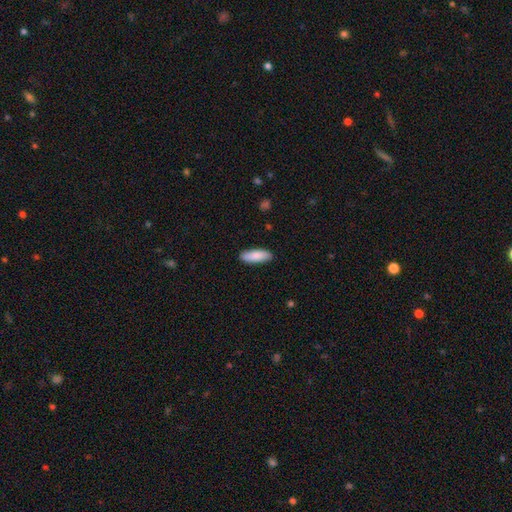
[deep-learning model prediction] This appears to be a smooth galaxy with no disk features (88%) that is in between round and cigar-shaped (60%). Merging: none (89%).